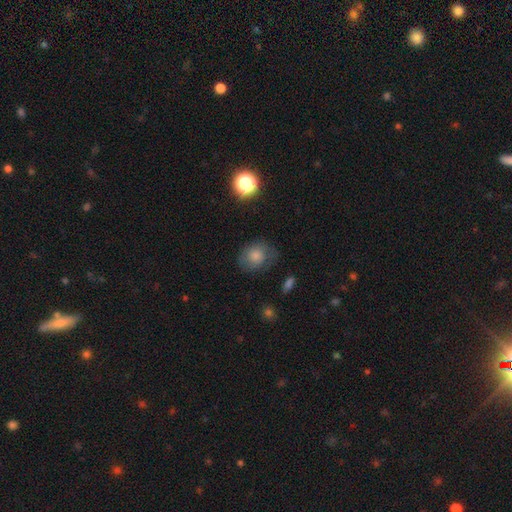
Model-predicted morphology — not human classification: Smooth or featured? smooth (74%)
How rounded? round (61%)
Merging? none (60%)